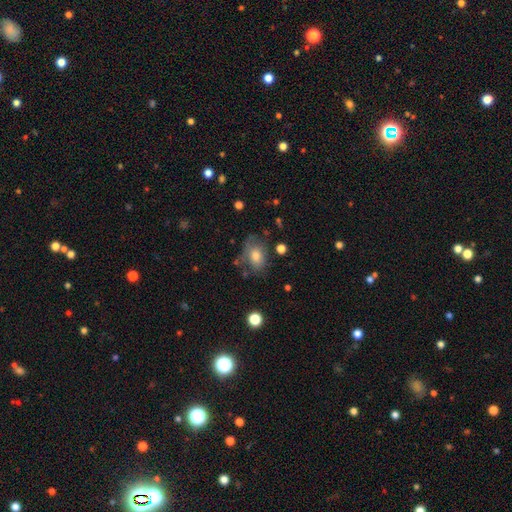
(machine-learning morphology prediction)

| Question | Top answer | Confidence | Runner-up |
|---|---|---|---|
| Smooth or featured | smooth | 67% | featured or disk (22%) |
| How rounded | in between | 74% | round (25%) |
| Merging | none | 60% | minor disturbance (24%) |